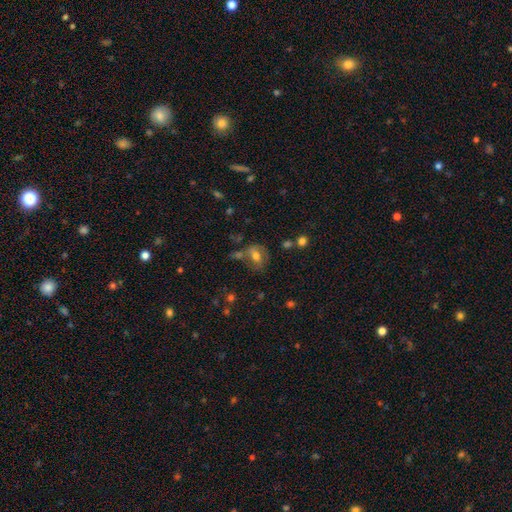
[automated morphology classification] Smooth or featured? smooth (57%)
How rounded? in between (57%)
Merging? none (48%)